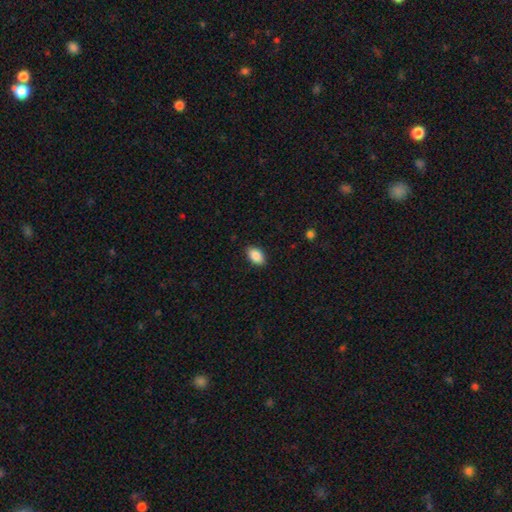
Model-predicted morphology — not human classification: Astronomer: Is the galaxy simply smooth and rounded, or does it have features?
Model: smooth — 88%.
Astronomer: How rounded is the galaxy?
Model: in between — 91%.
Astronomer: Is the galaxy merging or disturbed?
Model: none — 88%.